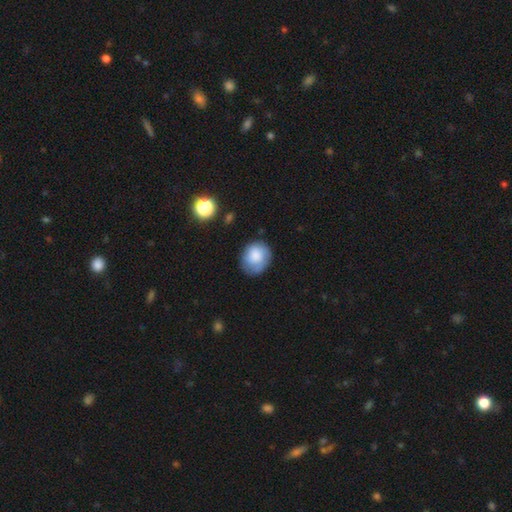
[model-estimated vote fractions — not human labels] The model was most divided on "how rounded": round: 69%, in between: 30%, cigar-shaped: 1%. More confident: smooth or featured — smooth (78%); merging — none (65%).